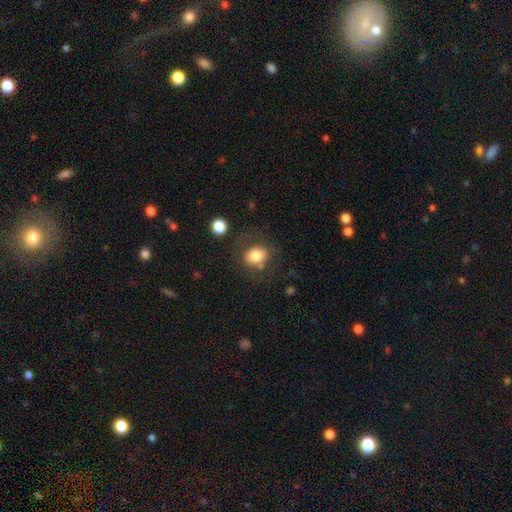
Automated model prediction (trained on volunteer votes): Morphology: type=smooth (76%); roundness=in between (51%); merging=none (62%).